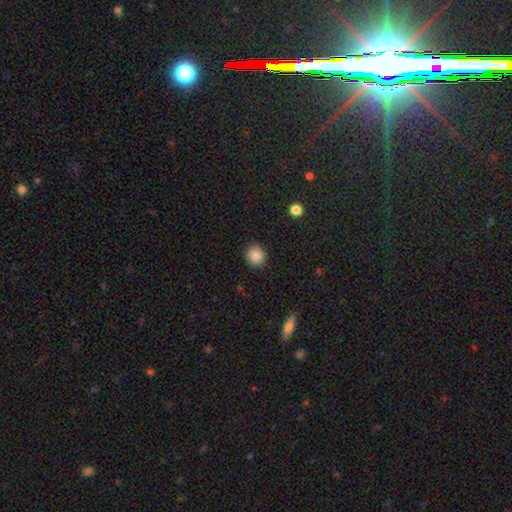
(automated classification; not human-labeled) Smooth or featured? Predicted: smooth (p=0.87). How rounded? Predicted: round (p=0.86). Merging? Predicted: none (p=0.89).